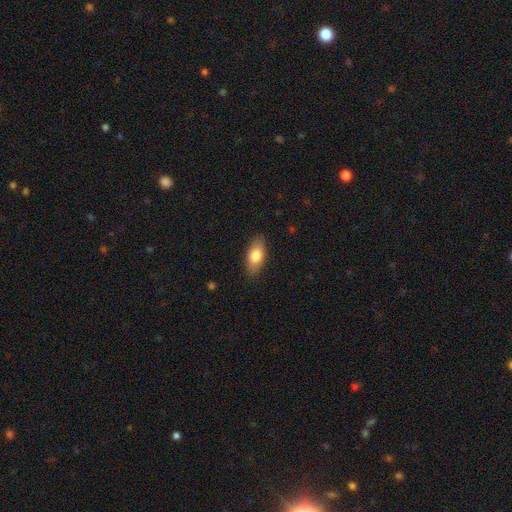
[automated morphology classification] Smooth or featured? smooth (78%)
How rounded? in between (85%)
Merging? none (86%)